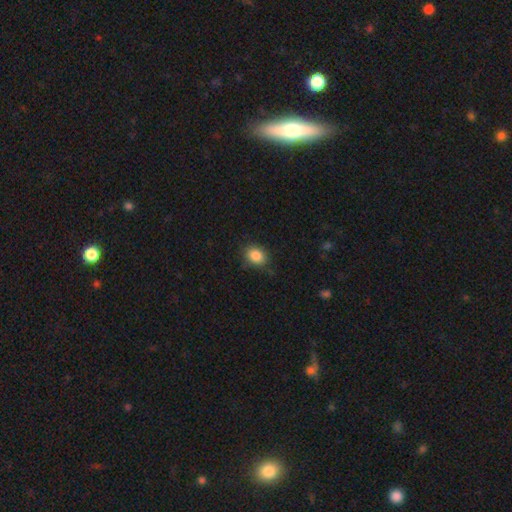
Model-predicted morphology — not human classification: Smooth or featured?
  - smooth: 86% *
  - star or artifact: 9%
  - featured or disk: 5%
How rounded?
  - in between: 62% *
  - round: 37%
  - cigar-shaped: 1%
Merging?
  - none: 82% *
  - minor disturbance: 13%
  - major disturbance: 3%
  - merger: 1%